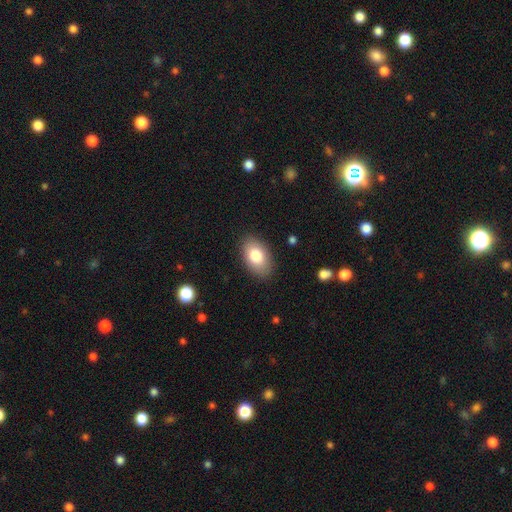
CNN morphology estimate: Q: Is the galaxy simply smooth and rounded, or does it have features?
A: smooth — 80%.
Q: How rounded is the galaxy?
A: in between — 91%.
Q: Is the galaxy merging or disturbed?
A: none — 87%.